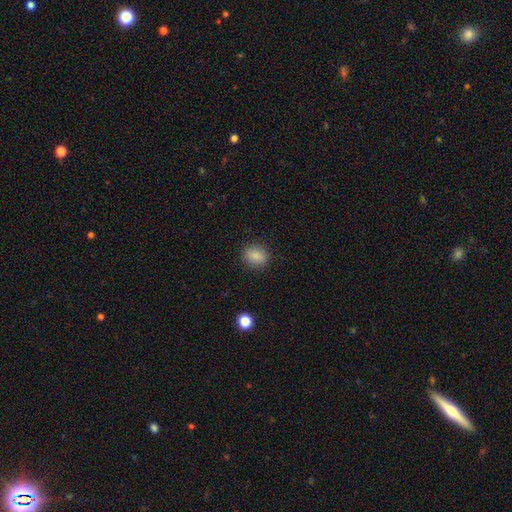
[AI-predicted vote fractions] A smooth galaxy with no disk features (86%) that is round (61%).

Vote fractions:
- Smooth or featured? smooth: 86% / star or artifact: 10% / featured or disk: 5%
- How rounded? round: 61% / in between: 38% / cigar-shaped: 1%
- Merging? none: 87% / minor disturbance: 9% / major disturbance: 3% / merger: 1%